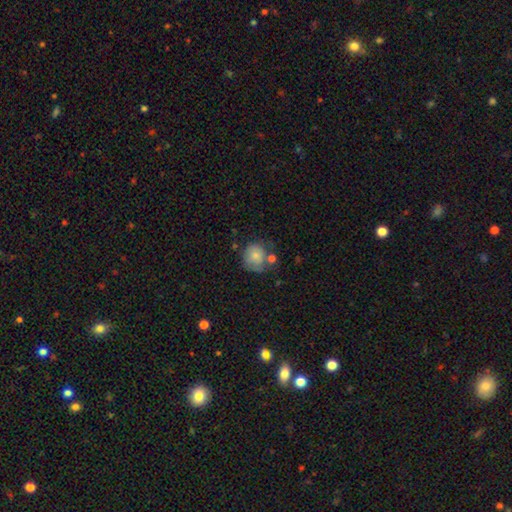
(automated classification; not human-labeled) A smooth galaxy with no disk features (74%) that is round (81%).

Vote fractions:
- Smooth or featured? smooth: 74% / featured or disk: 18% / star or artifact: 8%
- How rounded? round: 81% / in between: 18% / cigar-shaped: 1%
- Merging? none: 49% / minor disturbance: 25% / merger: 15% / major disturbance: 11%